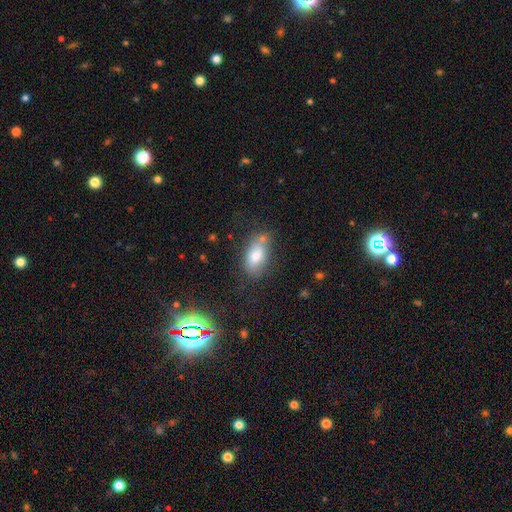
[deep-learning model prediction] Q: Smooth or featured?
A: smooth (73%); runner-up: featured or disk (15%)
Q: How rounded?
A: in between (88%); runner-up: round (8%)
Q: Merging?
A: none (61%); runner-up: minor disturbance (21%)